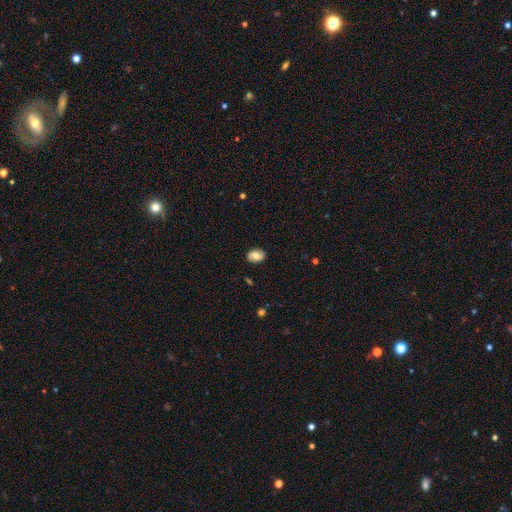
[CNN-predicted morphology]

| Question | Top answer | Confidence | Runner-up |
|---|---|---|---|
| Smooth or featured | smooth | 63% | featured or disk (28%) |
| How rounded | in between | 78% | round (20%) |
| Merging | none | 84% | minor disturbance (12%) |